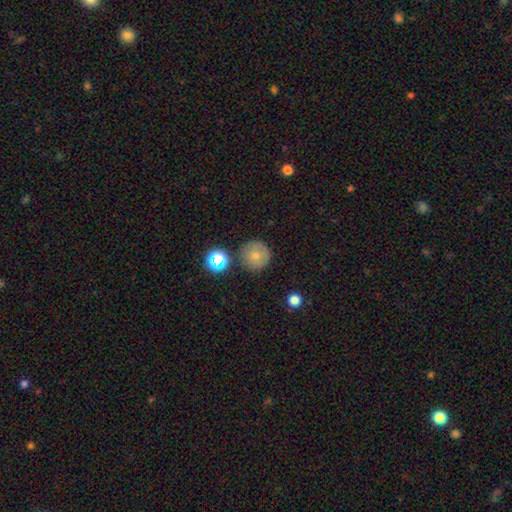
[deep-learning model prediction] This appears to be a smooth galaxy with no disk features (71%) that is round (96%). Merging: none (83%).